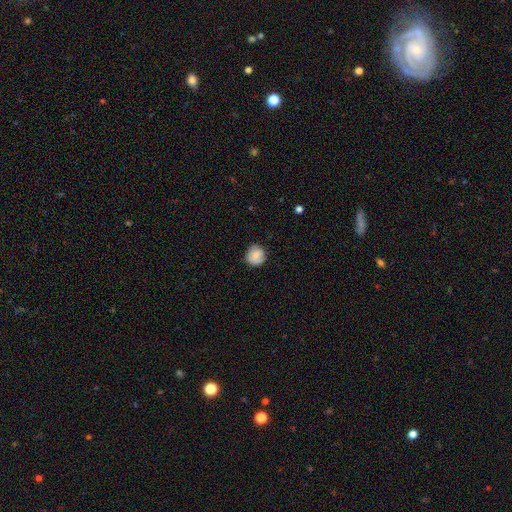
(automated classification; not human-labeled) smooth 81%, featured or disk 11%, star or artifact 8%. Down the decision tree: how rounded — round (86%); merging — none (77%).